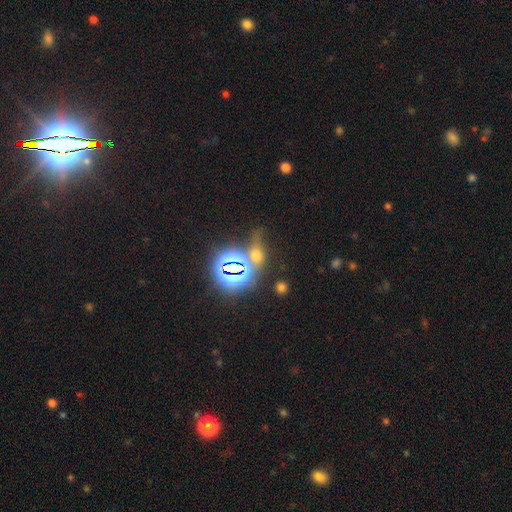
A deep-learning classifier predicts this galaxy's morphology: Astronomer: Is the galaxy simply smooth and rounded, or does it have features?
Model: star or artifact — 49% (runner-up: smooth, 39%).